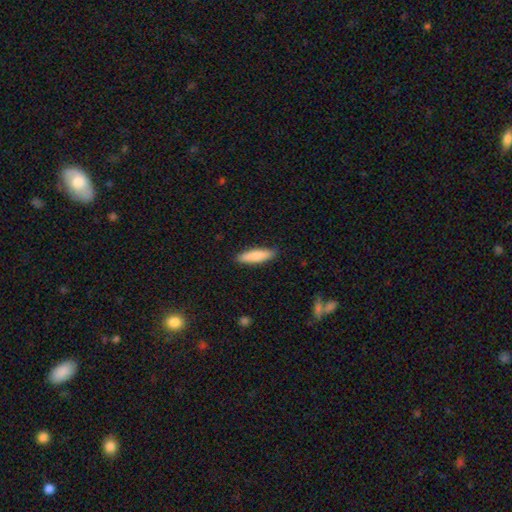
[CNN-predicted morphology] Smooth or featured: smooth — 84% (featured or disk — 11%)
How rounded: cigar-shaped — 70% (in between — 29%)
Merging: none — 89% (minor disturbance — 8%)